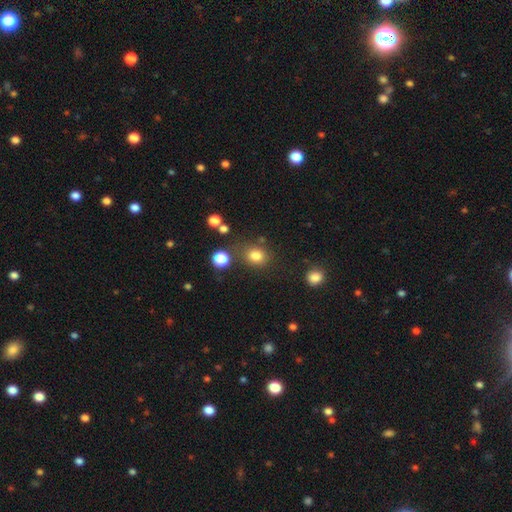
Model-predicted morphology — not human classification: smooth_or_featured: smooth (p=0.81) [alt: star or artifact p=0.13]
how_rounded: round (p=0.67) [alt: in between p=0.32]
merging: none (p=0.74) [alt: minor disturbance p=0.13]